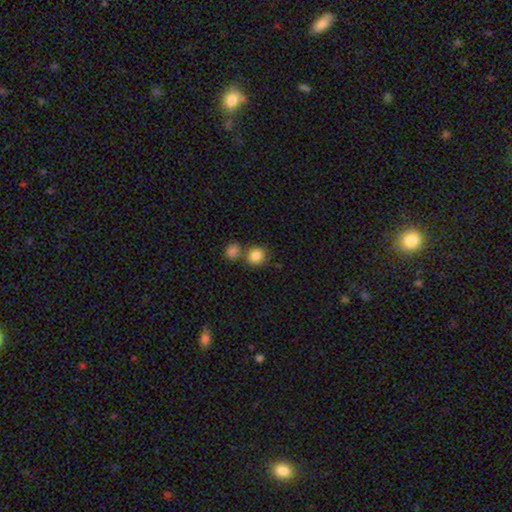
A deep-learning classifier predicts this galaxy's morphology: A smooth galaxy with no disk features (86%) that is round (81%). Merging: none (58%).